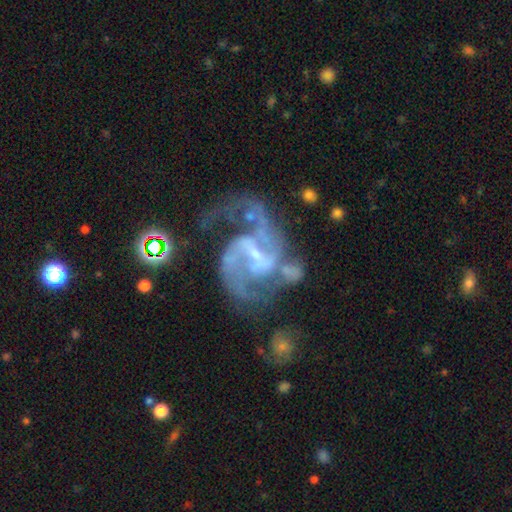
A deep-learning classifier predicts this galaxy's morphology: A featured or disk galaxy (89%) with a weak bar (50%), 2 (73%) medium (52%) spiral arms (95%) and a small central bulge (59%).

Vote fractions:
- Smooth or featured? featured or disk: 89% / star or artifact: 7% / smooth: 4%
- Edge-on disk? no: 98% / yes: 2%
- Bar? weak: 50% / strong: 32% / no: 18%
- Spiral arms? yes: 95% / no: 5%
- Spiral winding? medium: 52% / loose: 33% / tight: 15%
- Spiral arm count? 2: 73% / 3: 9% / can't tell: 8% / 1: 5% / 4: 3% / more than 4: 3%
- Bulge size? small: 59% / none: 20% / moderate: 18% / large: 2% / dominant: 1%
- Merging? none: 40% / major disturbance: 30% / minor disturbance: 17% / merger: 12%